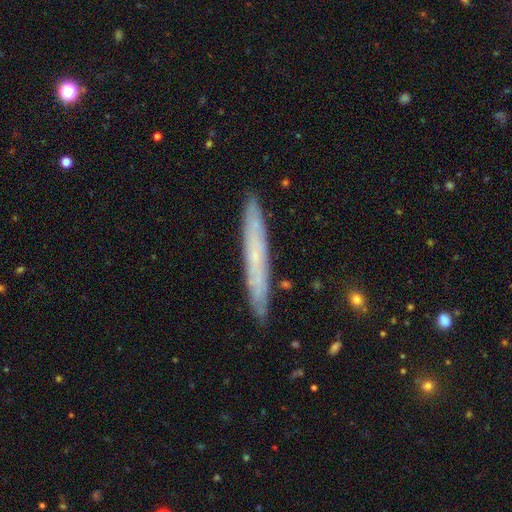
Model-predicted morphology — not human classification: smooth-or-featured: featured or disk: 52% | smooth: 40% | star or artifact: 8%
  disk-edge-on: yes: 85% | no: 15%
  merging: none: 90% | minor disturbance: 7% | major disturbance: 1% | merger: 1%